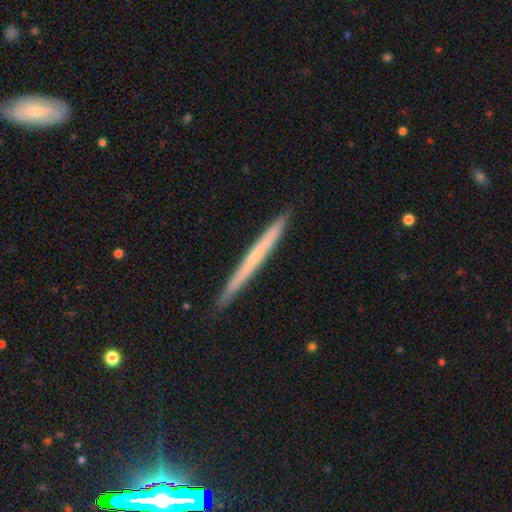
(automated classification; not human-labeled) smooth_or_featured: featured or disk (p=0.57) [alt: smooth p=0.37]
disk_edge_on: yes (p=0.97) [alt: no p=0.03]
edge_on_bulge: none (p=0.71) [alt: rounded p=0.25]
merging: none (p=0.91) [alt: minor disturbance p=0.07]